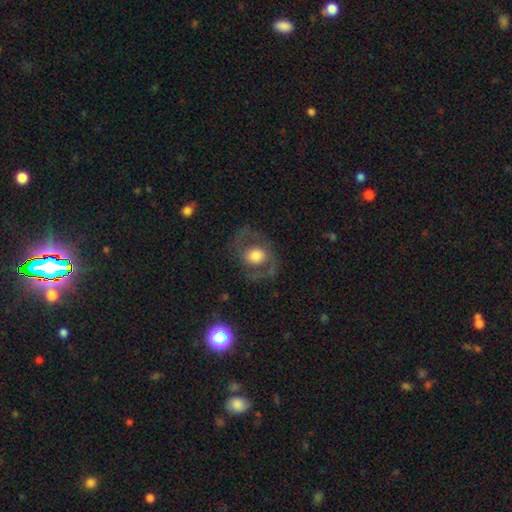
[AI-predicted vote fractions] A featured or disk galaxy (56%) with no bar (77%), spiral arms (52%) and a large central bulge (44%). Merging: none (73%).